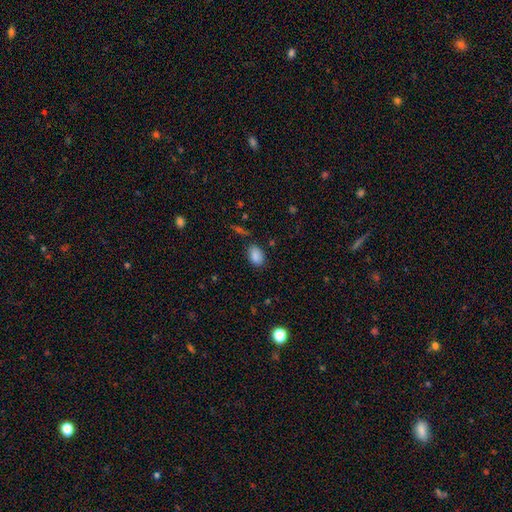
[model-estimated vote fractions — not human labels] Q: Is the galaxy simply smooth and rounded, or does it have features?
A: smooth — 86%.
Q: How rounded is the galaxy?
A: in between — 84%.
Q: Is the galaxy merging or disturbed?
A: none — 75%.